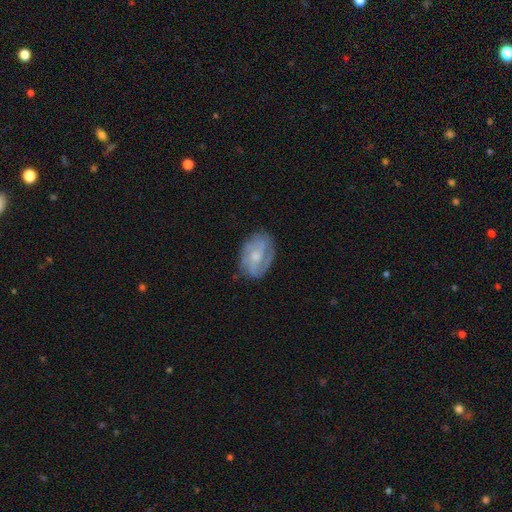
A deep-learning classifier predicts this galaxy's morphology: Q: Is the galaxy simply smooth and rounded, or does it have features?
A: featured or disk — 62%.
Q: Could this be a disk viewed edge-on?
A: no — 96%.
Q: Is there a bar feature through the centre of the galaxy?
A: no — 59%.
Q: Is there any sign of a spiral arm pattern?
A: yes — 78%.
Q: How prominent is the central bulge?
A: moderate — 46%.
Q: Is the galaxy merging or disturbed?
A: none — 68%.